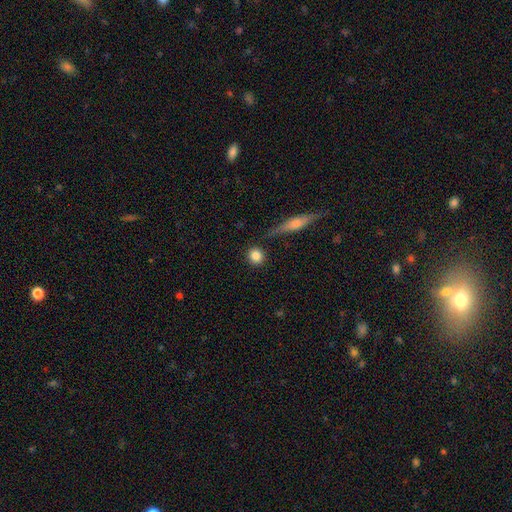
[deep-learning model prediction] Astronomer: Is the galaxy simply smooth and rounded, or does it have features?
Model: smooth — 84%.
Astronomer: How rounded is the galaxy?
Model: round — 89%.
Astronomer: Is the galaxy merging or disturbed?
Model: none — 84%.